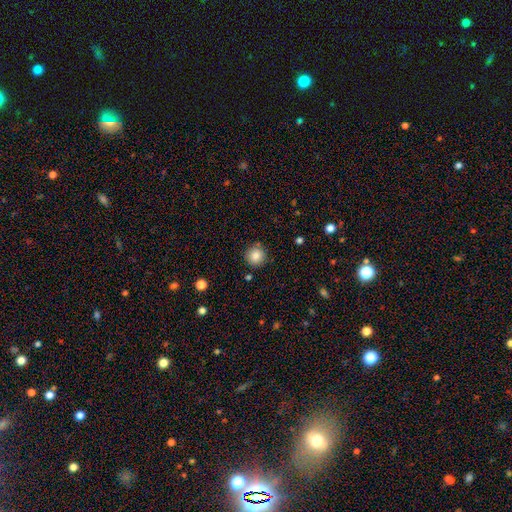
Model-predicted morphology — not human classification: A smooth galaxy with no disk features (84%) that is round (94%). Merging: none (87%).